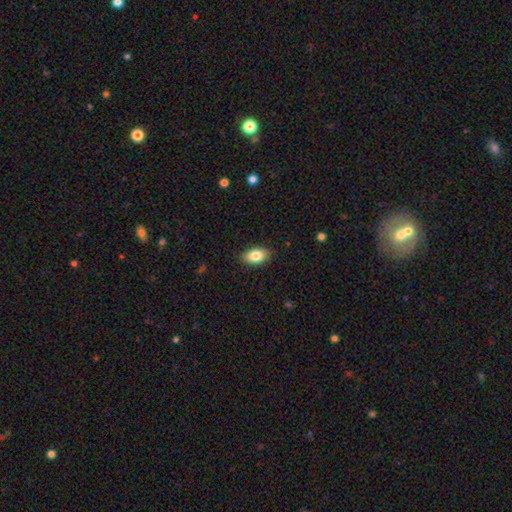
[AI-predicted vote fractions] Overall: smooth (84%). How rounded: in between (92%). Merging: none (87%).